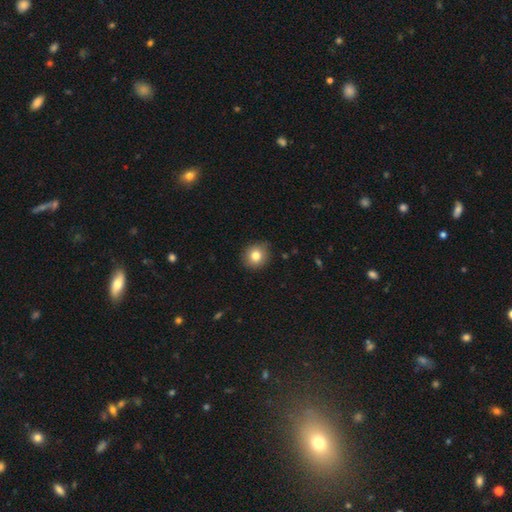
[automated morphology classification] This appears to be a smooth galaxy with no disk features (81%) that is round (83%). Merging: none (86%).